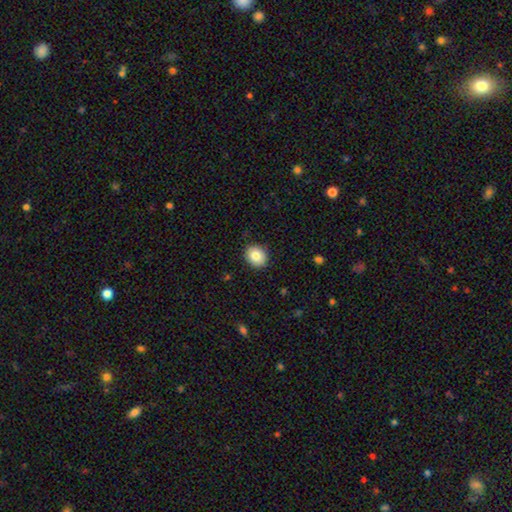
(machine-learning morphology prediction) Smooth or featured? smooth (84%)
How rounded? round (62%)
Merging? none (89%)